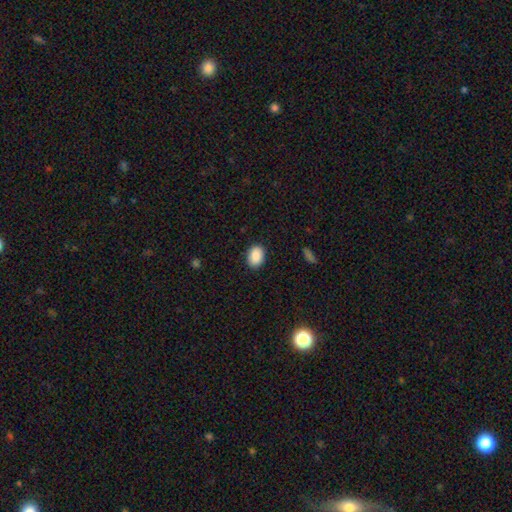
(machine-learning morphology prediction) smooth-or-featured: smooth: 90% | star or artifact: 7% | featured or disk: 3%
  how-rounded: in between: 78% | round: 21% | cigar-shaped: 1%
  merging: none: 88% | minor disturbance: 8% | major disturbance: 2% | merger: 1%